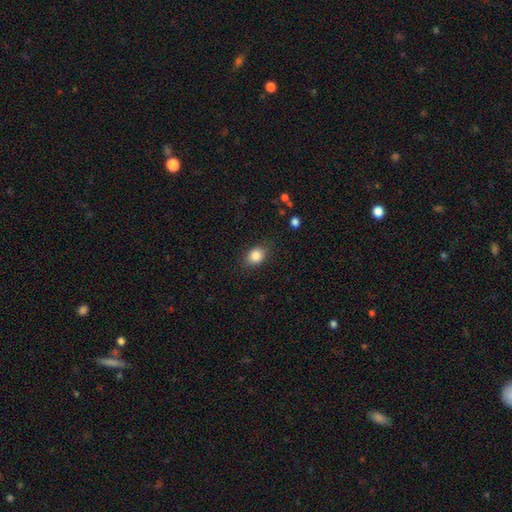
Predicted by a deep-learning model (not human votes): Q: Smooth or featured?
A: smooth (86%); runner-up: star or artifact (9%)
Q: How rounded?
A: in between (62%); runner-up: round (37%)
Q: Merging?
A: none (81%); runner-up: minor disturbance (14%)